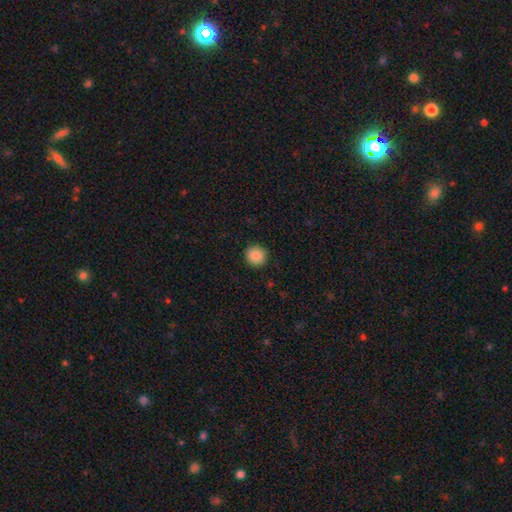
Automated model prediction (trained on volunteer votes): Smooth or featured: smooth — 87% (star or artifact — 9%)
How rounded: round — 93% (in between — 7%)
Merging: none — 92% (minor disturbance — 5%)